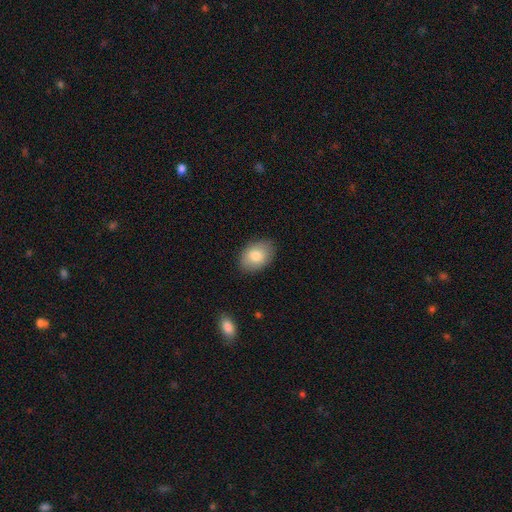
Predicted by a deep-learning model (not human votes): This appears to be a smooth galaxy with no disk features (82%) that is in between round and cigar-shaped (85%). Merging: none (86%).